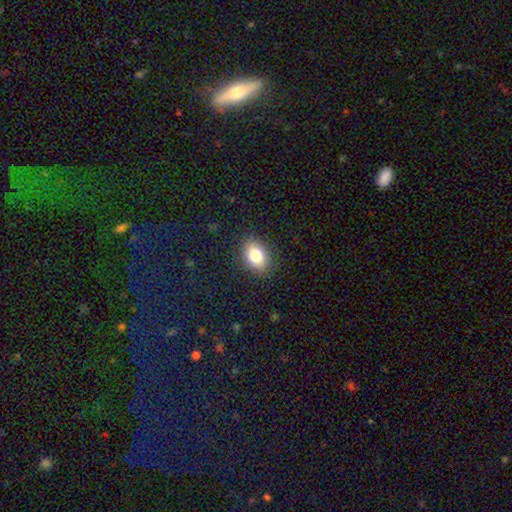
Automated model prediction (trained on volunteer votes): Smooth or featured? smooth (82%)
How rounded? in between (79%)
Merging? none (87%)